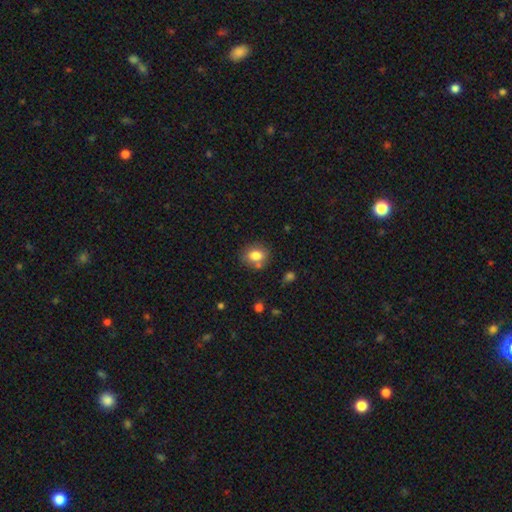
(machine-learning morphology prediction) type=smooth (81%); roundness=in between (53%); merging=none (72%).